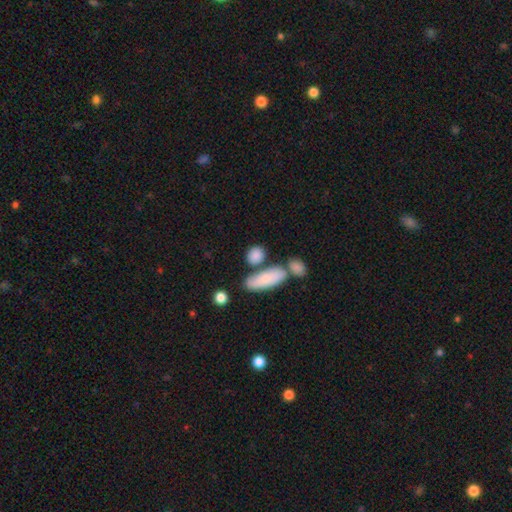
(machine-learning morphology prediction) type=smooth (83%); roundness=in between (54%); merging=none (62%).